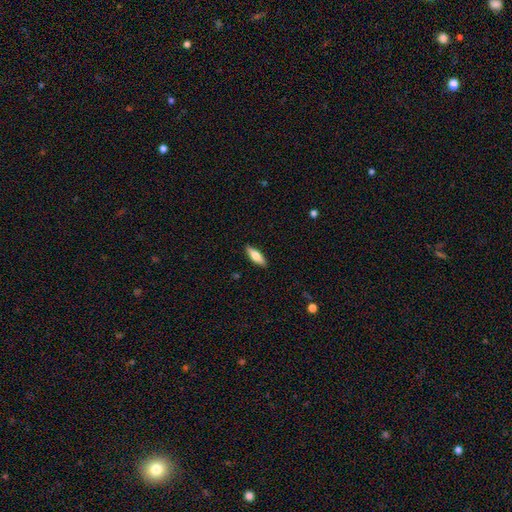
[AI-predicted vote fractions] The model was most divided on "how rounded": in between: 54%, cigar-shaped: 44%, round: 2%. More confident: merging — none (90%); smooth or featured — smooth (68%).